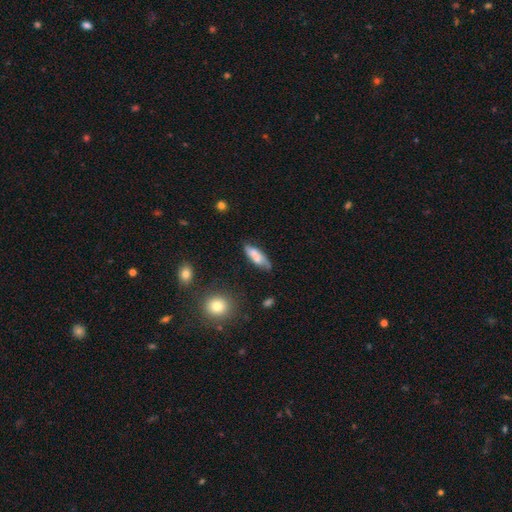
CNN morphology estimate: smooth_or_featured: smooth (p=0.61) [alt: featured or disk p=0.31]
how_rounded: in between (p=0.57) [alt: cigar-shaped p=0.40]
merging: none (p=0.64) [alt: minor disturbance p=0.24]